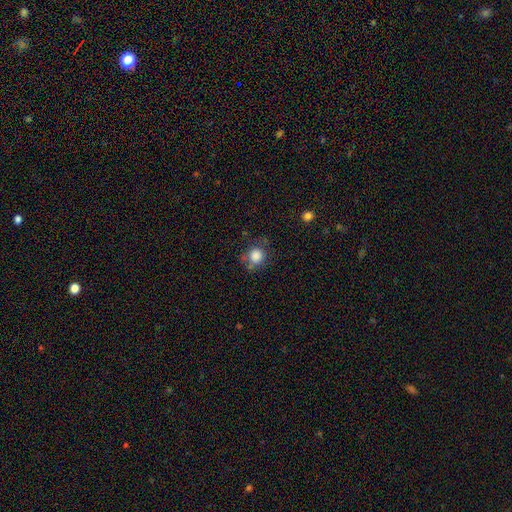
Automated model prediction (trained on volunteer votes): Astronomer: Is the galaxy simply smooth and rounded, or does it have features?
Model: smooth — 83%.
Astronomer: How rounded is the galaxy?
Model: round — 84%.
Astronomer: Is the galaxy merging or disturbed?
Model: none — 67%.